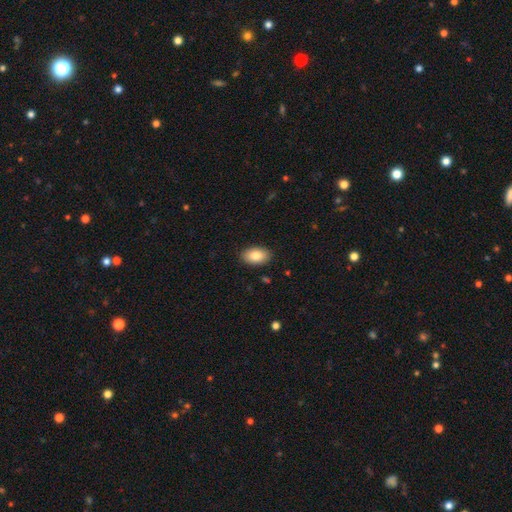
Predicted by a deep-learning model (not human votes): Smooth or featured? Predicted: smooth (p=0.85). How rounded? Predicted: in between (p=0.92). Merging? Predicted: none (p=0.89).